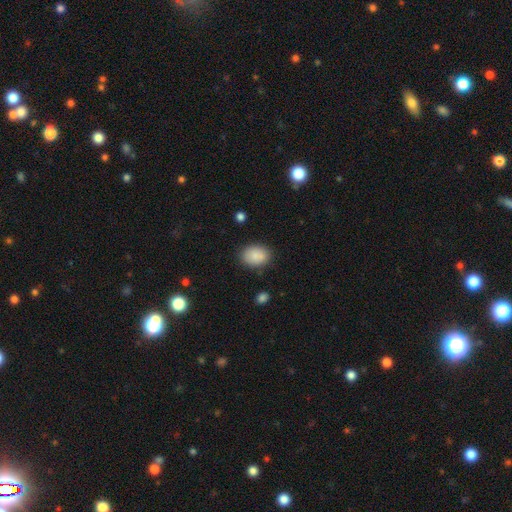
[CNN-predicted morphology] The model was most divided on "how rounded": in between: 70%, round: 29%, cigar-shaped: 1%. More confident: smooth or featured — smooth (87%); merging — none (82%).